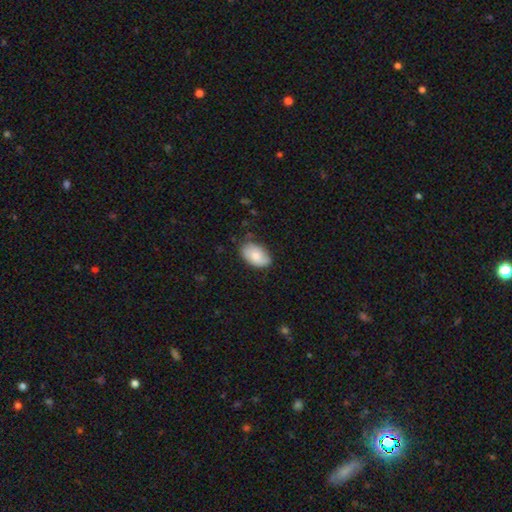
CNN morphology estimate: Smooth or featured? Predicted: smooth (p=0.76). How rounded? Predicted: in between (p=0.92). Merging? Predicted: none (p=0.73).